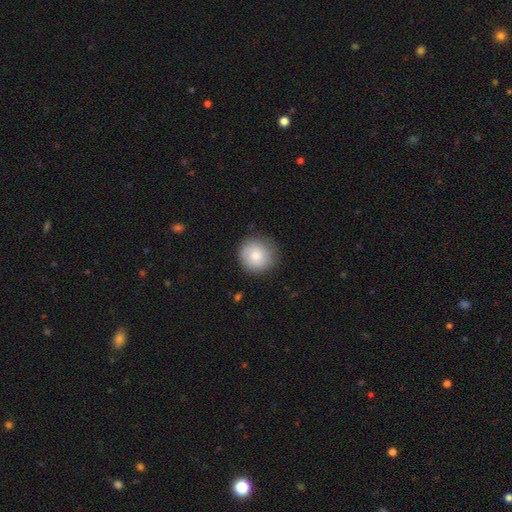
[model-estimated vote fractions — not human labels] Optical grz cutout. It shows a smooth galaxy with no disk features (81%) that is round (93%). Merging: none (85%).